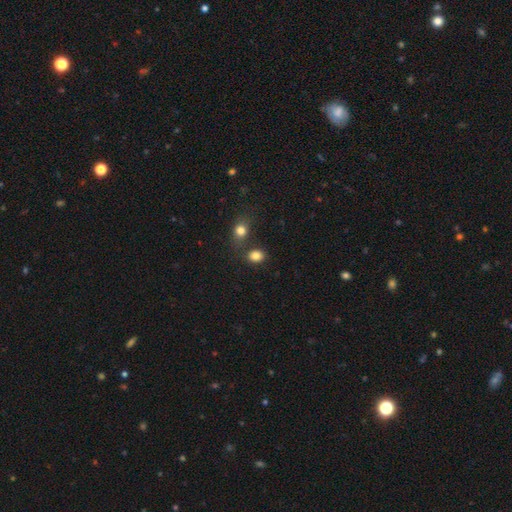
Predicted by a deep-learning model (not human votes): Morphology: type=smooth (83%); roundness=in between (54%); merging=none (67%).